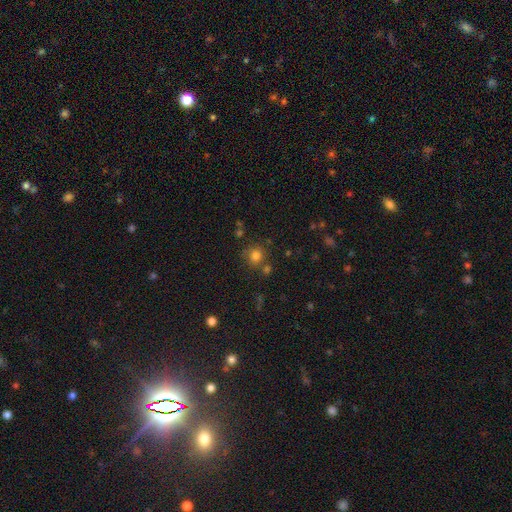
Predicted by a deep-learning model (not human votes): A smooth galaxy with no disk features (78%) that is round (86%).

Vote fractions:
- Smooth or featured? smooth: 78% / star or artifact: 15% / featured or disk: 7%
- How rounded? round: 86% / in between: 13% / cigar-shaped: 1%
- Merging? none: 73% / merger: 12% / minor disturbance: 11% / major disturbance: 4%